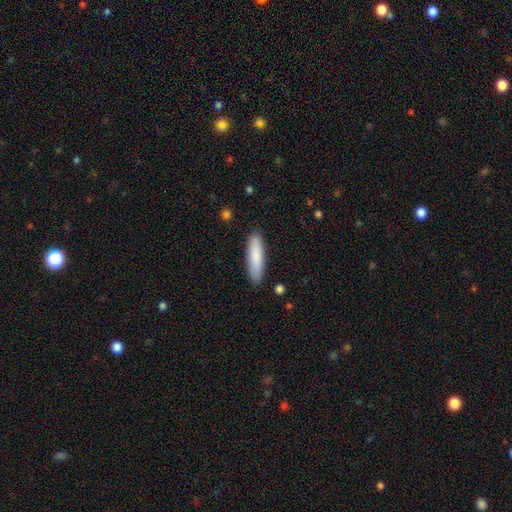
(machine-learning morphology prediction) Smooth or featured?
  - smooth: 83% *
  - featured or disk: 11%
  - star or artifact: 6%
How rounded?
  - cigar-shaped: 69% *
  - in between: 30%
  - round: 1%
Merging?
  - none: 88% *
  - minor disturbance: 9%
  - major disturbance: 2%
  - merger: 1%